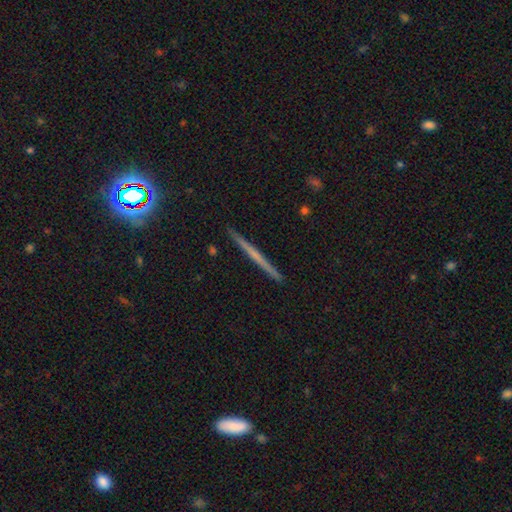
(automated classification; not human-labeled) smooth-or-featured: featured or disk: 59% | smooth: 33% | star or artifact: 8%
  disk-edge-on: yes: 98% | no: 2%
    edge-on-bulge: none: 81% | rounded: 14% | boxy: 5%
  merging: none: 92% | minor disturbance: 5% | major disturbance: 1% | merger: 1%